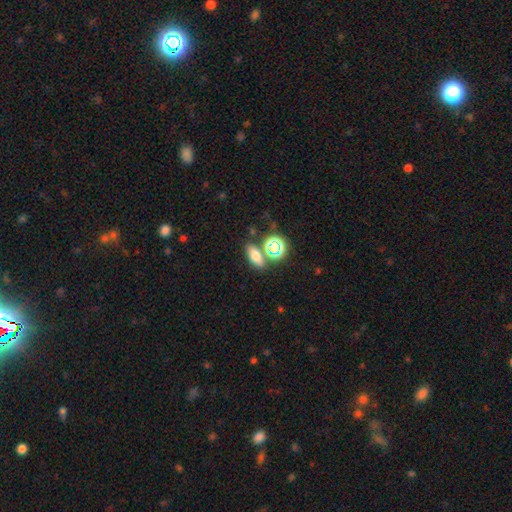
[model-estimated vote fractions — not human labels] The model was most divided on "smooth or featured": smooth: 67%, star or artifact: 21%, featured or disk: 12%. More confident: merging — none (73%); how rounded — in between (70%).